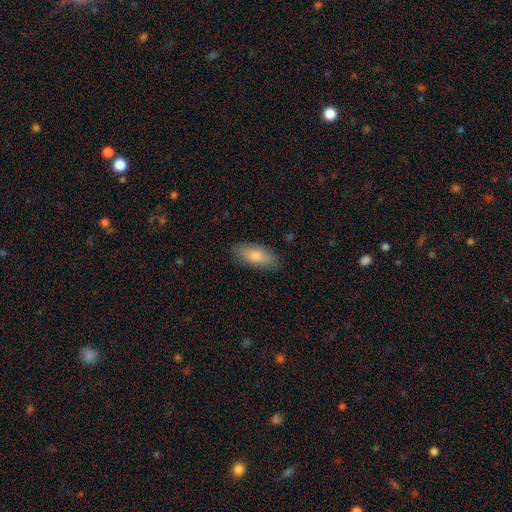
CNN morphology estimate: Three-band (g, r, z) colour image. It shows a smooth galaxy with no disk features (76%) that is in between round and cigar-shaped (80%). Merging: none (85%).